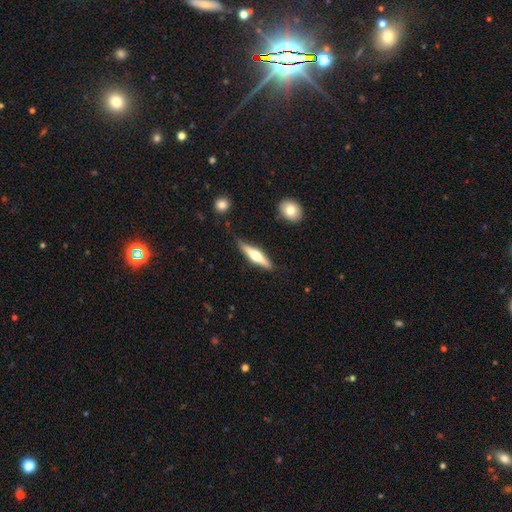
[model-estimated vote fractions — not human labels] Smooth or featured? featured or disk (55%)
Edge-on disk? yes (95%)
Edge-on bulge? rounded (91%)
Merging? none (84%)